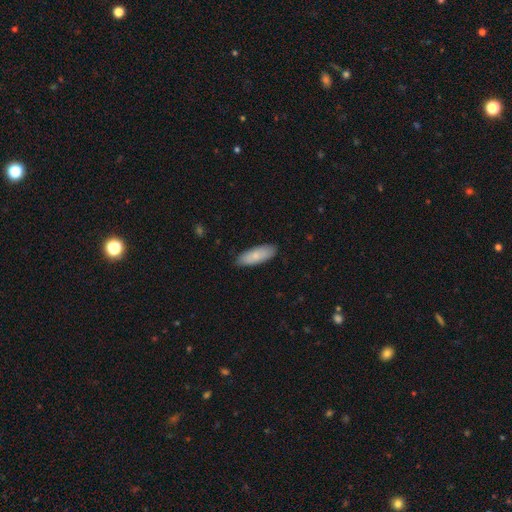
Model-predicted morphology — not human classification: type=smooth (82%); roundness=in between (71%); merging=none (86%).